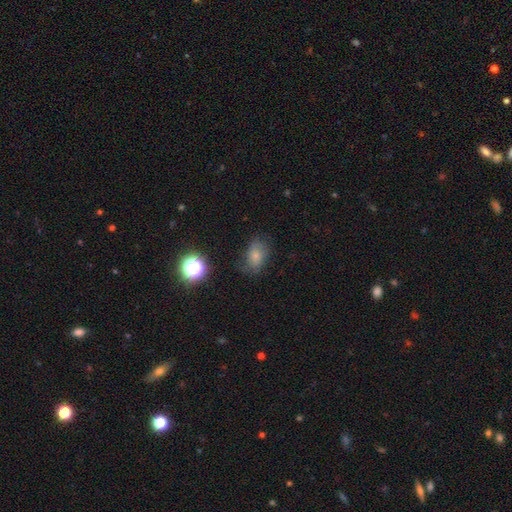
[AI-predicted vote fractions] Smooth or featured? smooth (73%)
How rounded? in between (78%)
Merging? none (65%)